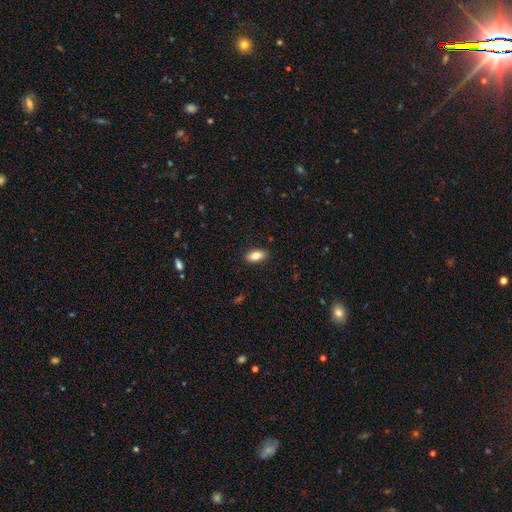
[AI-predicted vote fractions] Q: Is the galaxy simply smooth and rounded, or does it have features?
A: smooth — 81%.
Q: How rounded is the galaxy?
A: in between — 90%.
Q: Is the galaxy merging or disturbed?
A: none — 89%.